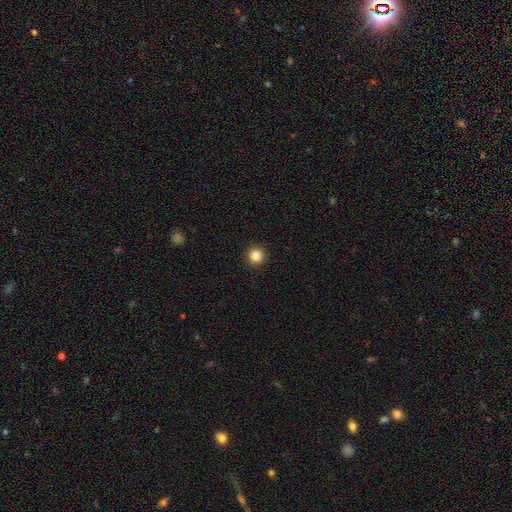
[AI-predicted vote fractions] smooth_or_featured: smooth (p=0.85) [alt: star or artifact p=0.10]
how_rounded: round (p=0.95) [alt: in between p=0.04]
merging: none (p=0.93) [alt: minor disturbance p=0.04]